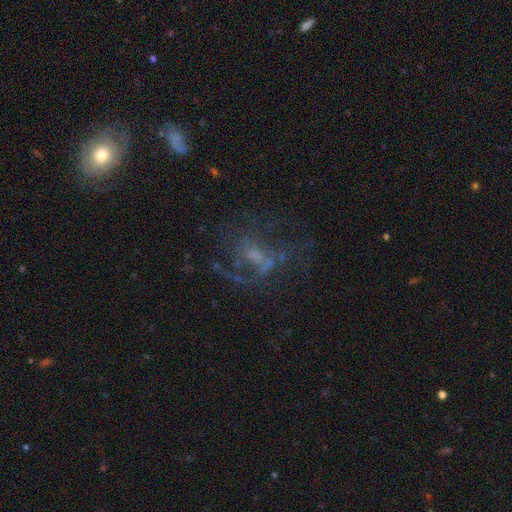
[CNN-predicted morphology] A featured or disk galaxy (62%) with no bar (68%), no spiral arms (54%) and a small central bulge (36%). Merging: none (45%).